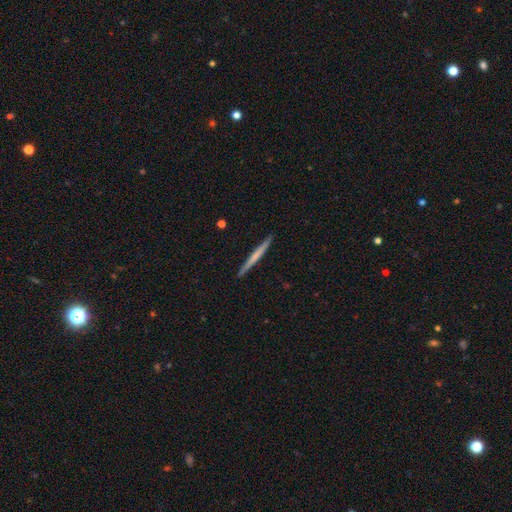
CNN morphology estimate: The model was most divided on "smooth or featured": smooth: 51%, featured or disk: 44%, star or artifact: 5%. More confident: how rounded — cigar-shaped (97%); merging — none (92%).